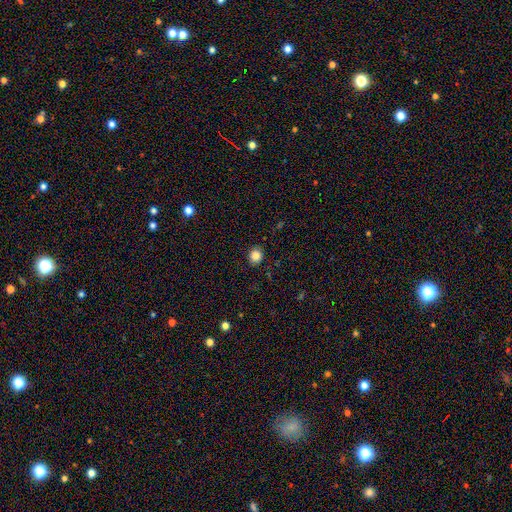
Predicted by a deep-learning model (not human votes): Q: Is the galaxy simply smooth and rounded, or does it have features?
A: smooth — 85%.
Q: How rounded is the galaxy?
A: round — 86%.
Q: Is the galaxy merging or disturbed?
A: none — 91%.